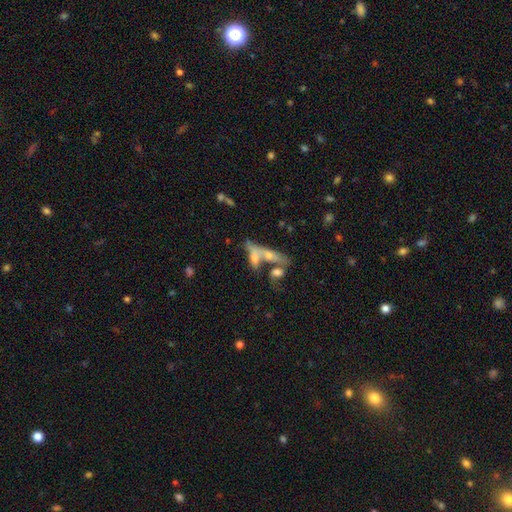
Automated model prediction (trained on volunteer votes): Overall: smooth (54%; featured or disk 35%). How rounded: cigar-shaped (47%, tied with in between). Merging: merger (53%; none 27%).